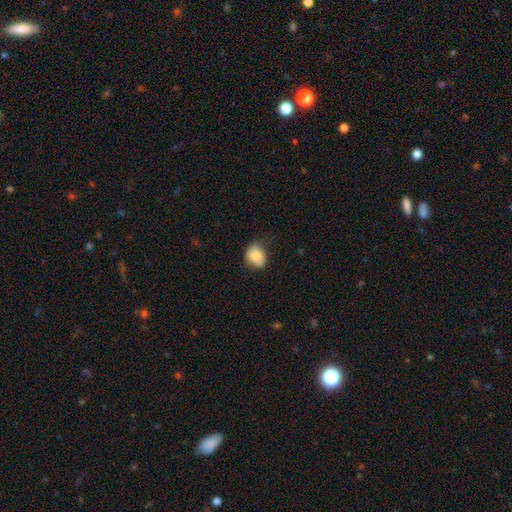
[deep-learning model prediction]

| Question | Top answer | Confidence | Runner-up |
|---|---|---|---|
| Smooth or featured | smooth | 76% | featured or disk (15%) |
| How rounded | in between | 50% | round (49%) |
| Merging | none | 43% | minor disturbance (38%) |